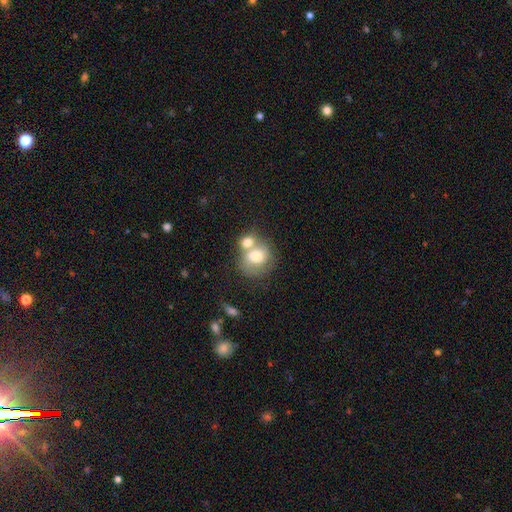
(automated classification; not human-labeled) A smooth galaxy with no disk features (63%) that is round (71%).

Vote fractions:
- Smooth or featured? smooth: 63% / featured or disk: 30% / star or artifact: 7%
- How rounded? round: 71% / in between: 28% / cigar-shaped: 1%
- Merging? merger: 59% / none: 23% / minor disturbance: 10% / major disturbance: 8%